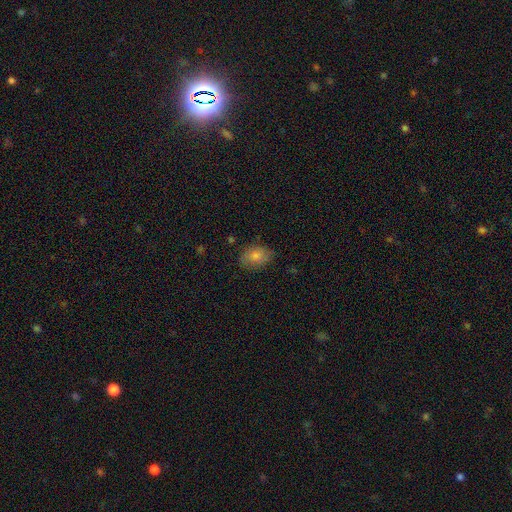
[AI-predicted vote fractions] smooth 77%, featured or disk 12%, star or artifact 10%. Down the decision tree: how rounded — in between (75%); merging — none (79%).